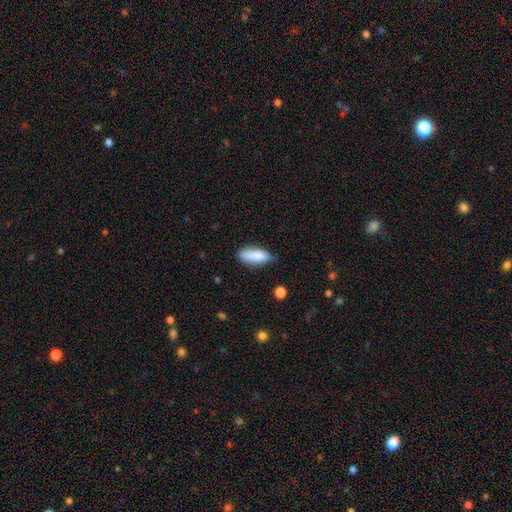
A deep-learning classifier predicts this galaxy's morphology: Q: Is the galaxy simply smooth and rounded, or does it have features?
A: smooth — 85%.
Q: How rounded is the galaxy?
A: in between — 71%.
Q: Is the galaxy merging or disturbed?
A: none — 69%.